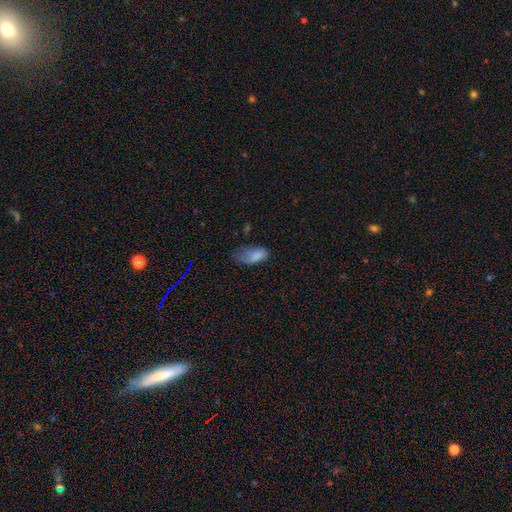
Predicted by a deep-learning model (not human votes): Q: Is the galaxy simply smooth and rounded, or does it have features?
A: smooth — 77%.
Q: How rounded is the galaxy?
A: in between — 91%.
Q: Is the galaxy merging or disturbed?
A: minor disturbance — 37%.